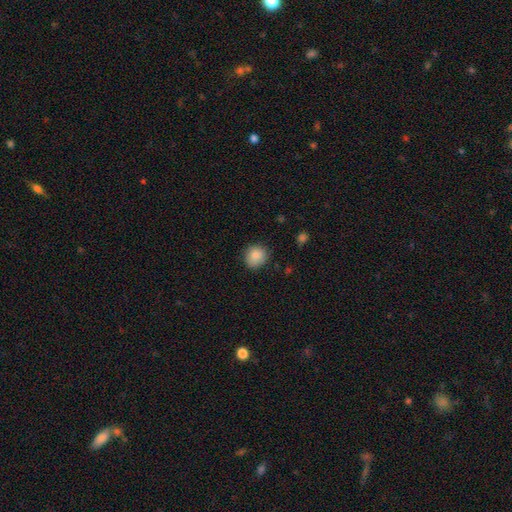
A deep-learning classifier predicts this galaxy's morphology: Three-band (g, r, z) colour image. It shows a smooth galaxy with no disk features (86%) that is round (81%). Merging: none (83%).